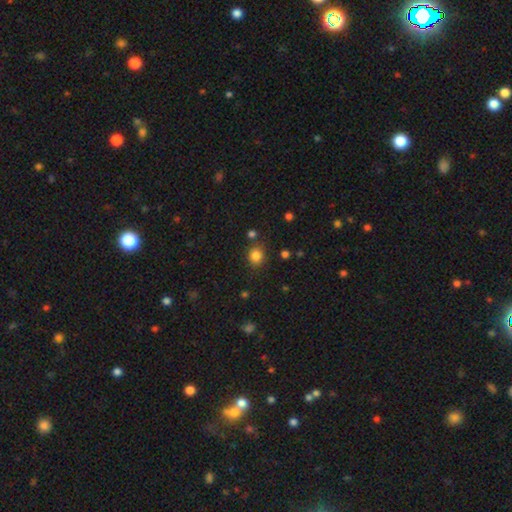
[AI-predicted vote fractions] Smooth or featured? Predicted: smooth (p=0.83). How rounded? Predicted: round (p=0.80). Merging? Predicted: none (p=0.81).